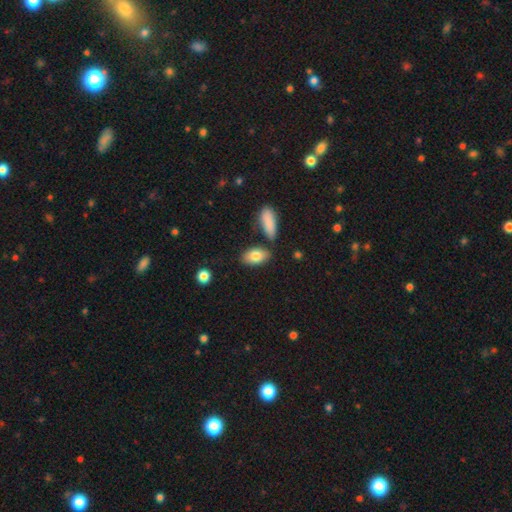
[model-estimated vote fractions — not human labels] This appears to be a smooth galaxy with no disk features (81%) that is in between round and cigar-shaped (91%). Merging: none (75%).